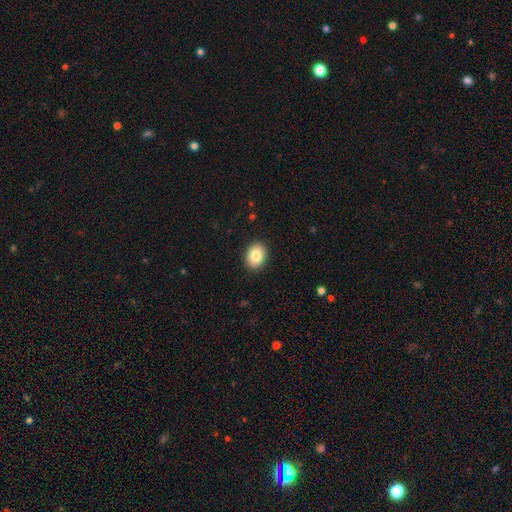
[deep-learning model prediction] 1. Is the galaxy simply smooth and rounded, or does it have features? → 83% smooth, 8% star or artifact, 8% featured or disk.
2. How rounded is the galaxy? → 58% in between, 41% round, 1% cigar-shaped.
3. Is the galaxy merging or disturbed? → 90% none, 7% minor disturbance, 2% major disturbance, 1% merger.